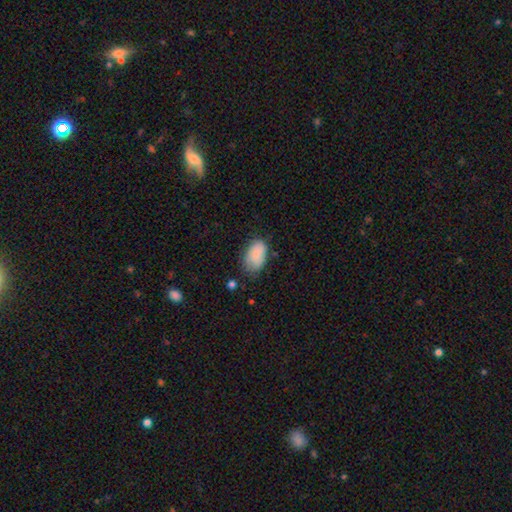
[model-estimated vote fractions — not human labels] Q: Smooth or featured?
A: smooth (85%); runner-up: featured or disk (8%)
Q: How rounded?
A: in between (92%); runner-up: round (7%)
Q: Merging?
A: none (62%); runner-up: minor disturbance (28%)